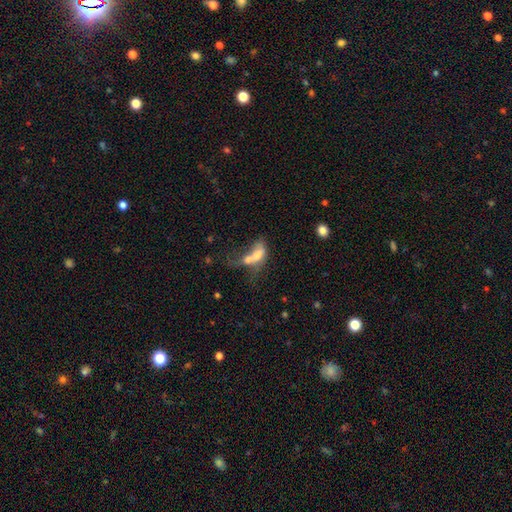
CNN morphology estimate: Smooth or featured: smooth — 58% (featured or disk — 31%)
How rounded: in between — 76% (cigar-shaped — 12%)
Merging: merger — 62% (major disturbance — 18%)